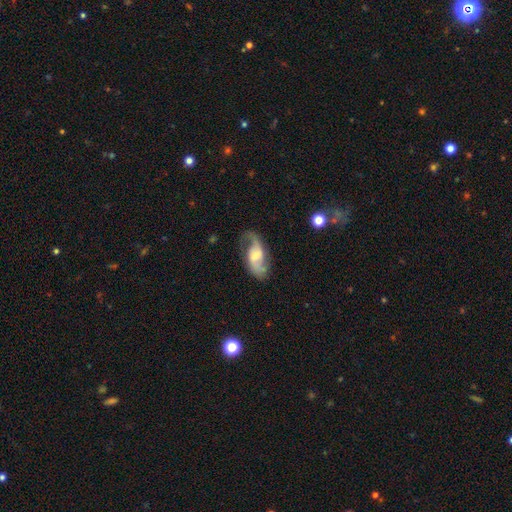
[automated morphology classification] A featured or disk galaxy (79%) with a weak bar (46%), 2 (88%) loose (54%) spiral arms (94%) and a moderate central bulge (40%). Merging: none (67%).